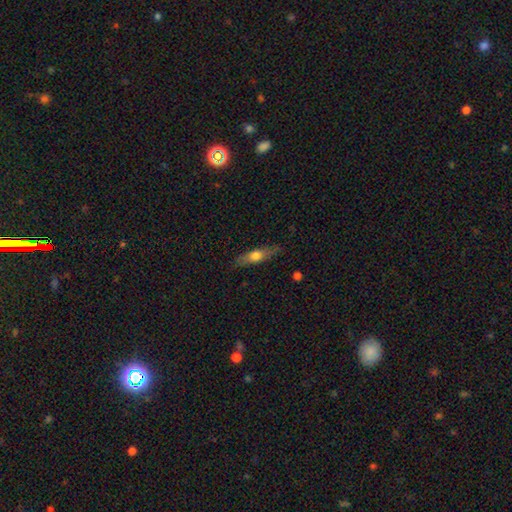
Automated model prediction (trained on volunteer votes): Smooth or featured?
  - smooth: 53% *
  - featured or disk: 40%
  - star or artifact: 6%
How rounded?
  - cigar-shaped: 67% *
  - in between: 30%
  - round: 3%
Merging?
  - none: 81% *
  - minor disturbance: 14%
  - major disturbance: 3%
  - merger: 1%